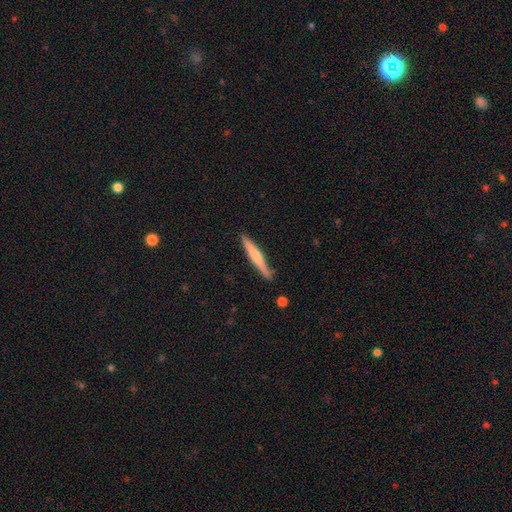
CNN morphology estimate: Smooth or featured? smooth (55%)
How rounded? cigar-shaped (95%)
Merging? none (85%)